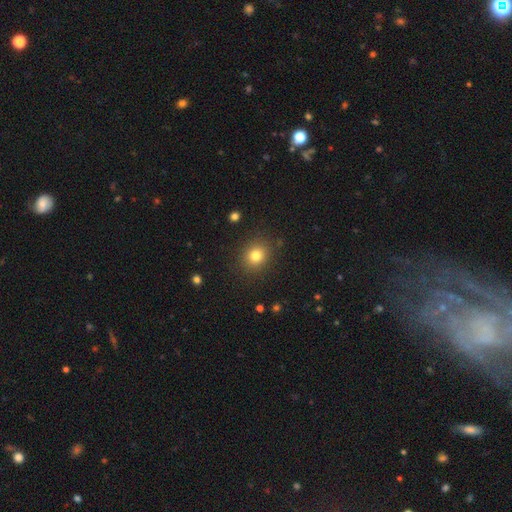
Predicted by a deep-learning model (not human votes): A smooth galaxy with no disk features (80%) that is round (73%). Merging: none (88%).